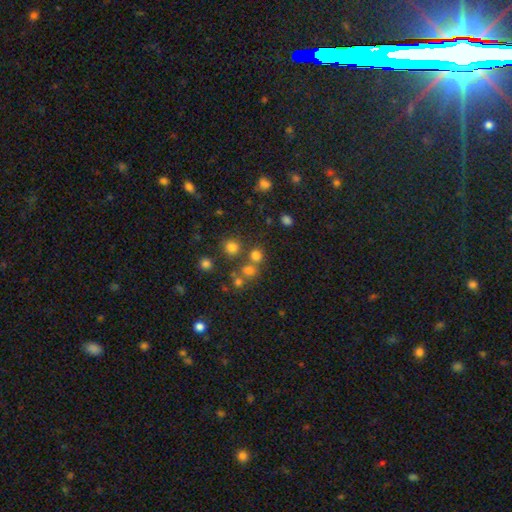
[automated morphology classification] Overall: smooth (71%). How rounded: round (87%). Merging: none (66%).